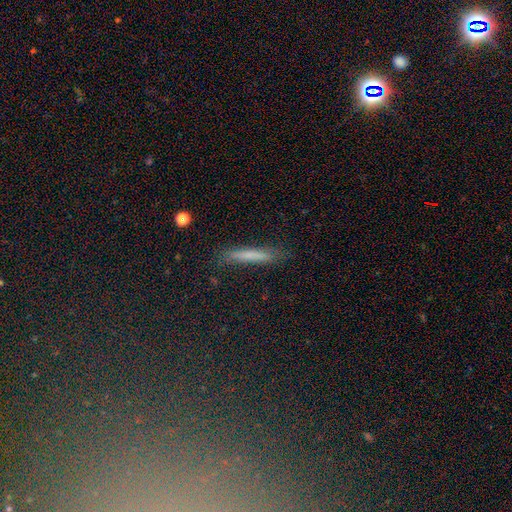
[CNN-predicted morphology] The model was most divided on "smooth or featured": smooth: 67%, featured or disk: 22%, star or artifact: 11%. More confident: how rounded — cigar-shaped (95%); merging — none (82%).